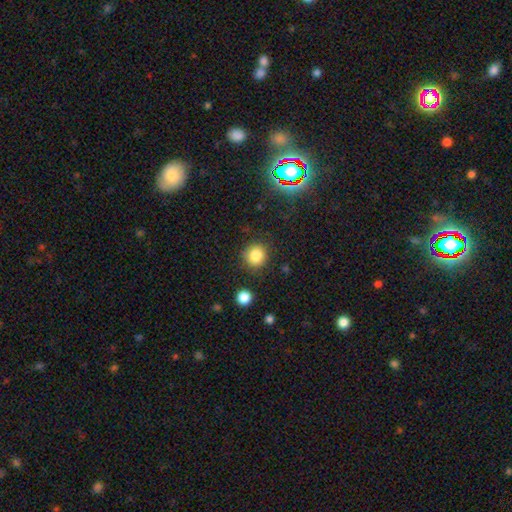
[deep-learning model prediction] Smooth or featured? smooth (83%)
How rounded? round (89%)
Merging? none (86%)